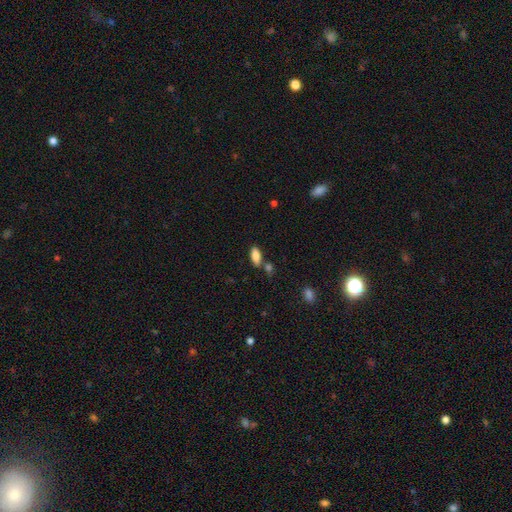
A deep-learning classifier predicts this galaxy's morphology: A smooth galaxy with no disk features (82%) that is in between round and cigar-shaped (84%). Merging: none (69%).